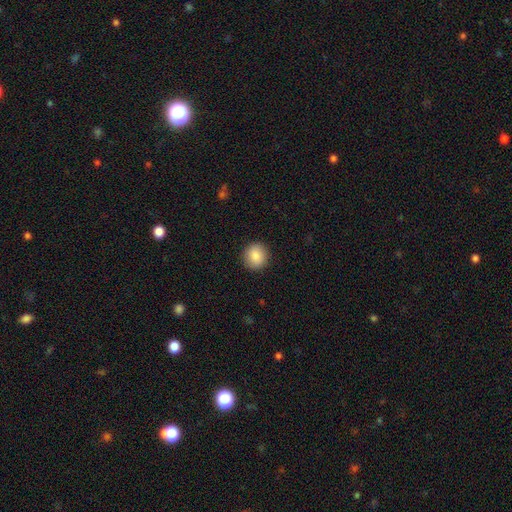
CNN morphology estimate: This is clearly a smooth galaxy (87%). How rounded: clearly round (91%). Merging: clearly none (91%).